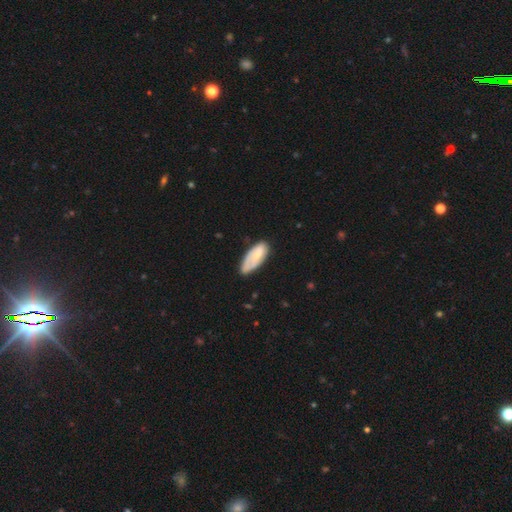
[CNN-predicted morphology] This appears to be a smooth galaxy with no disk features (56%) that is in between round and cigar-shaped (81%). Merging: none (60%).